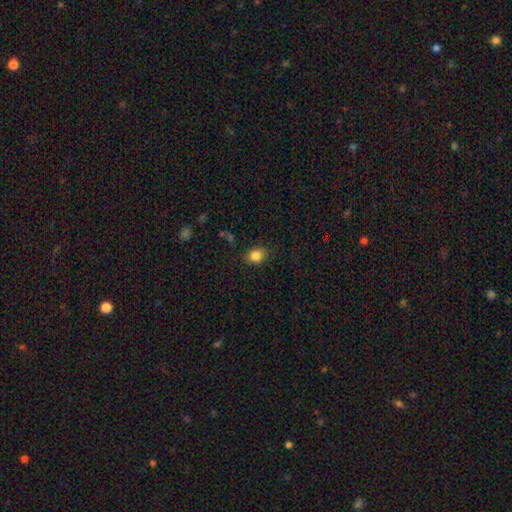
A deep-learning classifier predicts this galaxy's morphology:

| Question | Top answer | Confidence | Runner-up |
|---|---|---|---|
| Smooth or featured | smooth | 84% | star or artifact (11%) |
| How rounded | round | 51% | in between (48%) |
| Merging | none | 84% | minor disturbance (12%) |